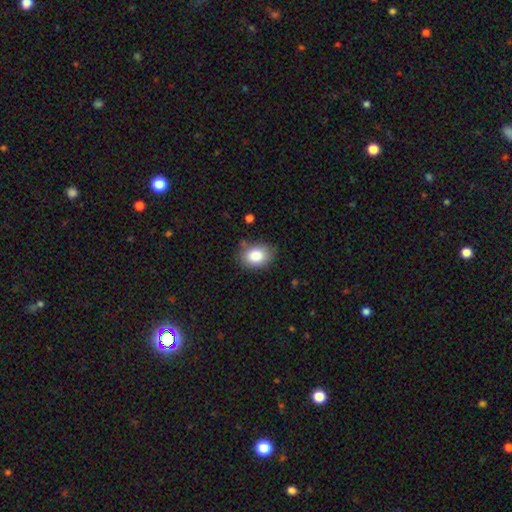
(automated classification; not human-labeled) A smooth galaxy with no disk features (85%) that is in between round and cigar-shaped (72%). Merging: none (80%).